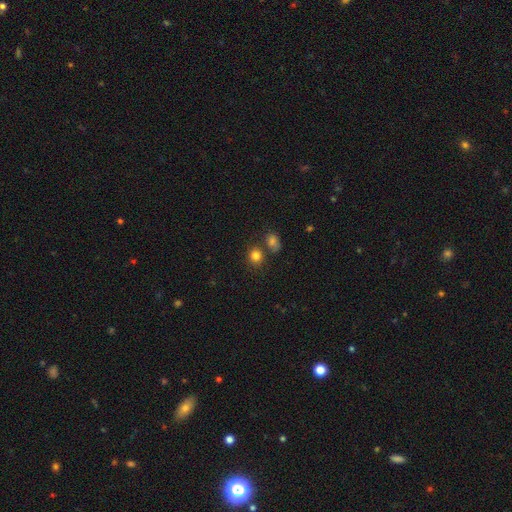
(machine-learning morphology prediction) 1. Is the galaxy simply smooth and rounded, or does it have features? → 81% smooth, 13% star or artifact, 6% featured or disk.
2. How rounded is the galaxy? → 76% round, 23% in between, 1% cigar-shaped.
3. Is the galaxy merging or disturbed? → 68% none, 18% merger, 11% minor disturbance, 4% major disturbance.